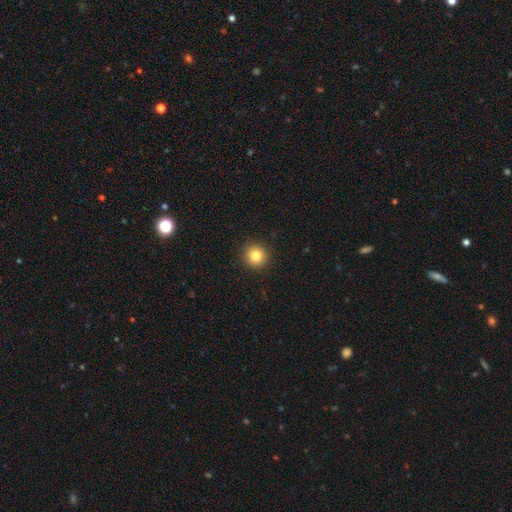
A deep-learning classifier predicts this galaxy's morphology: Smooth or featured: smooth — 82% (star or artifact — 11%)
How rounded: round — 93% (in between — 6%)
Merging: none — 92% (minor disturbance — 5%)